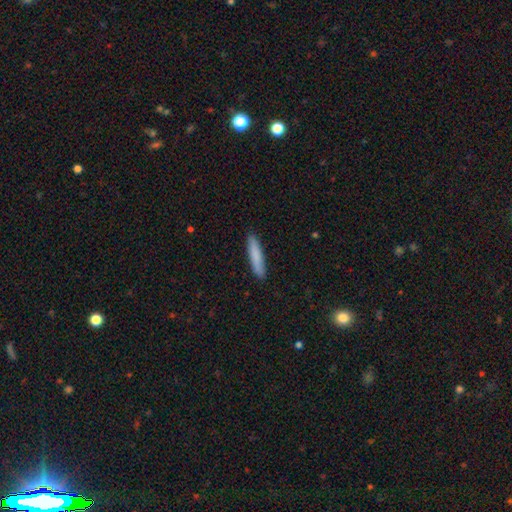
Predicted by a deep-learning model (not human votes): Smooth or featured?
  - smooth: 83% *
  - featured or disk: 11%
  - star or artifact: 6%
How rounded?
  - cigar-shaped: 91% *
  - in between: 8%
  - round: 1%
Merging?
  - none: 90% *
  - minor disturbance: 8%
  - major disturbance: 1%
  - merger: 1%